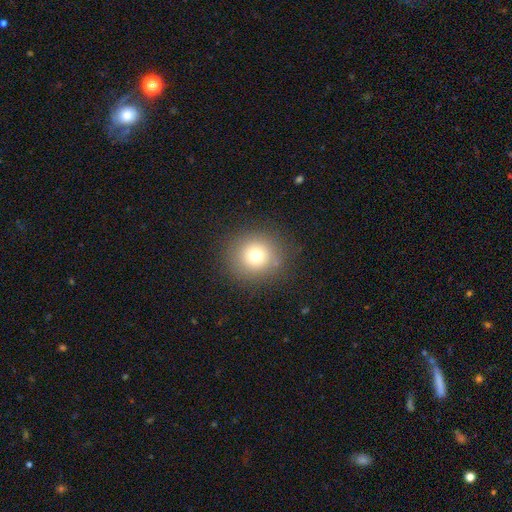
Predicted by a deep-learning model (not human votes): A smooth galaxy with no disk features (73%) that is round (92%). Merging: none (87%).